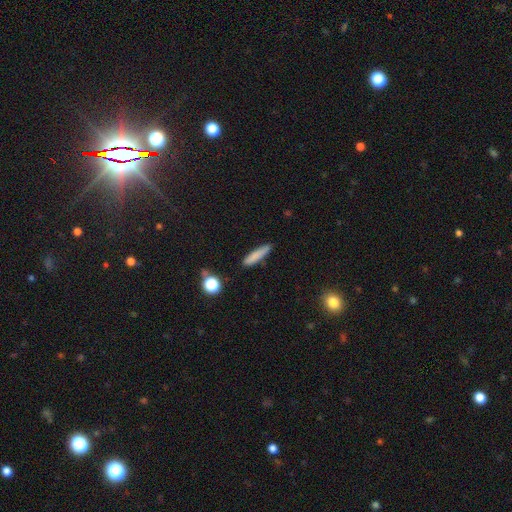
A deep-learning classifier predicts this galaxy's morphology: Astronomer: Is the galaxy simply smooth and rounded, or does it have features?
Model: smooth — 80%.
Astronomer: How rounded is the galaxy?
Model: cigar-shaped — 86%.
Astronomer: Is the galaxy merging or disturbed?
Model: none — 81%.